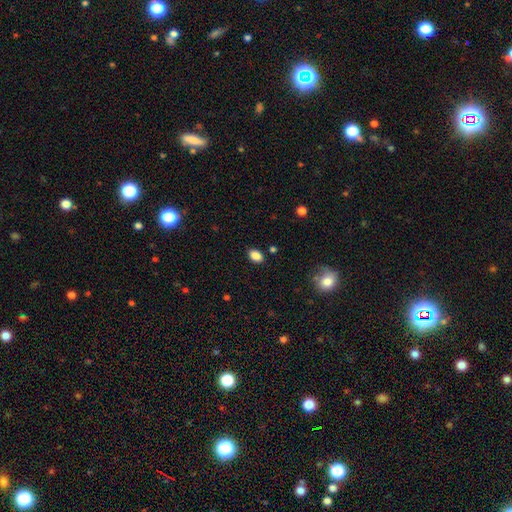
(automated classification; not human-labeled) Smooth or featured? smooth (86%)
How rounded? in between (82%)
Merging? none (87%)